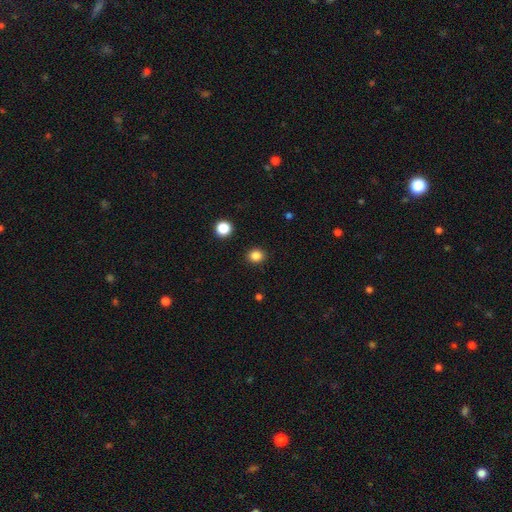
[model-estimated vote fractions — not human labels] The model was most divided on "how rounded": round: 76%, in between: 23%, cigar-shaped: 1%. More confident: merging — none (91%); smooth or featured — smooth (84%).